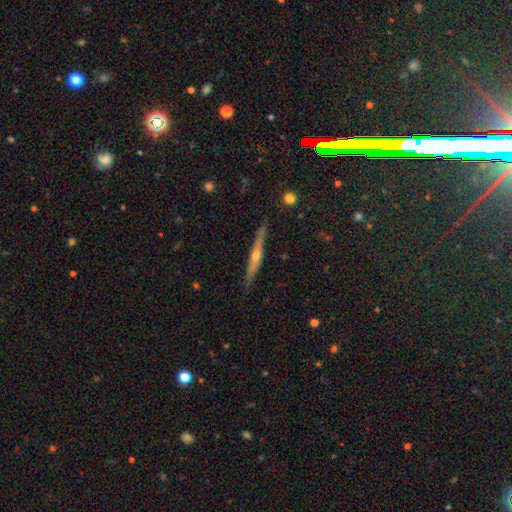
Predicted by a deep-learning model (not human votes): Overall: featured or disk (76%). Edge-on disk: yes (97%). Edge-on bulge: rounded (85%). Merging: none (88%).